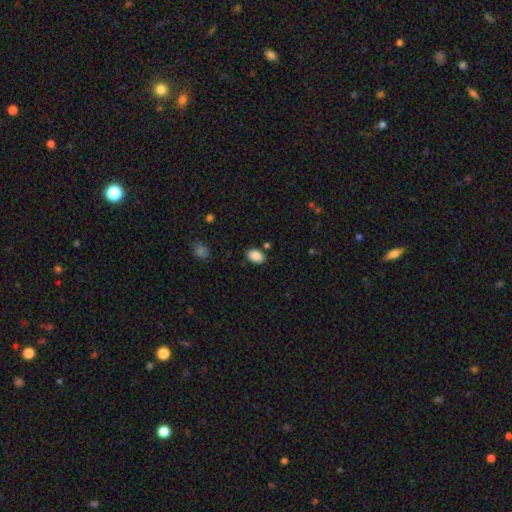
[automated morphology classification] type=smooth (87%); roundness=in between (87%); merging=none (81%).